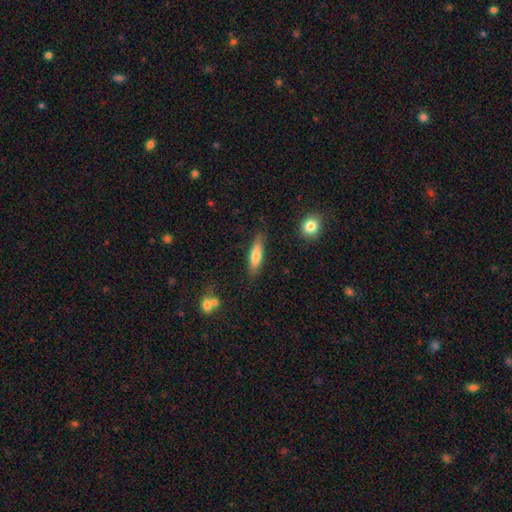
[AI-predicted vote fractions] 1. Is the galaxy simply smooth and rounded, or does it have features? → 72% smooth, 22% featured or disk, 7% star or artifact.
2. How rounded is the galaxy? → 63% cigar-shaped, 35% in between, 2% round.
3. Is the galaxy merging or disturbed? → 80% none, 14% minor disturbance, 3% major disturbance, 3% merger.